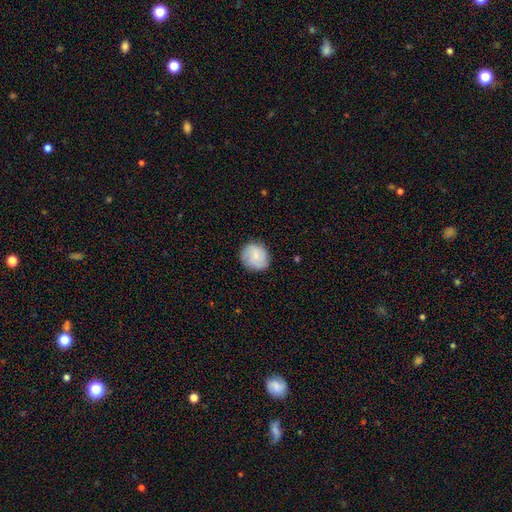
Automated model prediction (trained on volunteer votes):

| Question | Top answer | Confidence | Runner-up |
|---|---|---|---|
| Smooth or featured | smooth | 70% | featured or disk (23%) |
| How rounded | round | 87% | in between (12%) |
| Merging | none | 84% | minor disturbance (12%) |